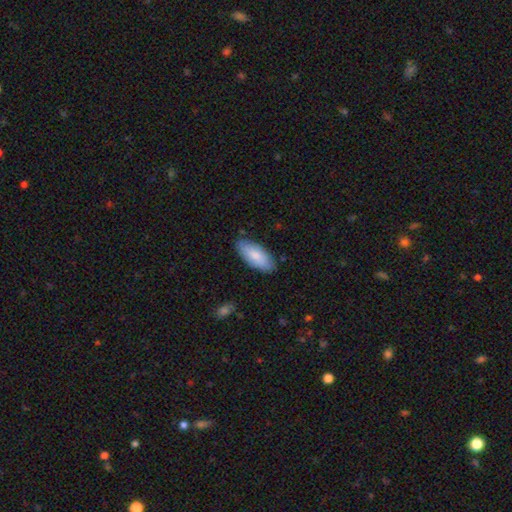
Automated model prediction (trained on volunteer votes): Morphology: type=smooth (81%); roundness=in between (85%); merging=none (82%).